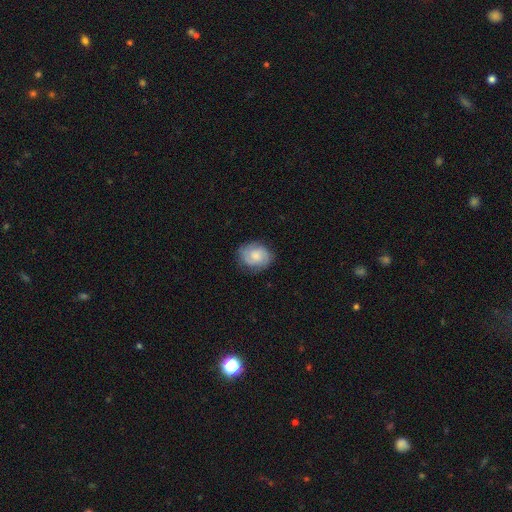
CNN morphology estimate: smooth_or_featured: featured or disk (p=0.56) [alt: smooth p=0.37]
disk_edge_on: no (p=0.98) [alt: yes p=0.02]
bar: no (p=0.62) [alt: weak p=0.33]
has_spiral_arms: yes (p=0.92) [alt: no p=0.08]
spiral_winding: tight (p=0.50) [alt: medium p=0.39]
spiral_arm_count: 2 (p=0.72) [alt: can't tell p=0.14]
bulge_size: moderate (p=0.39) [alt: small p=0.34]
merging: none (p=0.79) [alt: minor disturbance p=0.15]